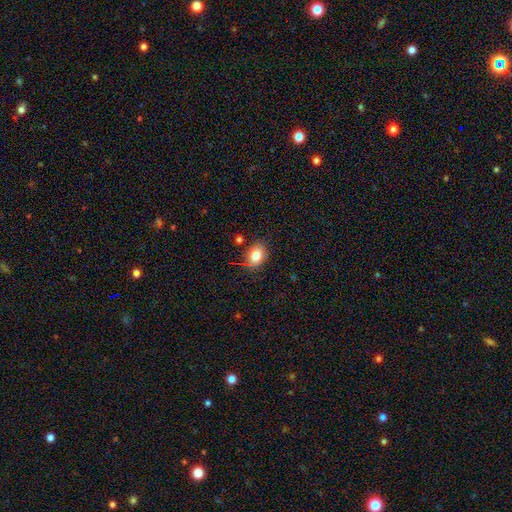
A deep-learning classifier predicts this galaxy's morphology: A smooth galaxy with no disk features (82%) that is in between round and cigar-shaped (70%). Merging: none (80%).